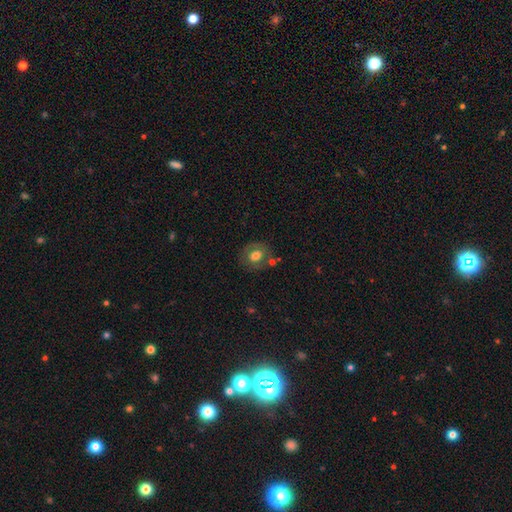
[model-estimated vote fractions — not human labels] A smooth galaxy with no disk features (61%) that is round (58%).

Vote fractions:
- Smooth or featured? smooth: 61% / featured or disk: 31% / star or artifact: 9%
- How rounded? round: 58% / in between: 41% / cigar-shaped: 1%
- Merging? none: 71% / minor disturbance: 16% / merger: 7% / major disturbance: 6%